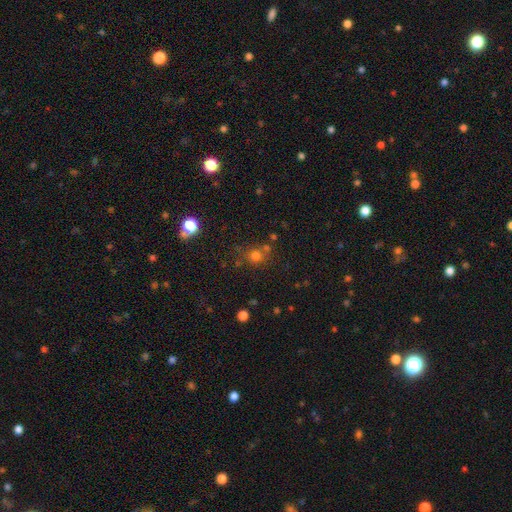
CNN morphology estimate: The model was most divided on "merging": none: 64%, merger: 18%, minor disturbance: 13%, major disturbance: 6%. More confident: how rounded — round (86%); smooth or featured — smooth (72%).